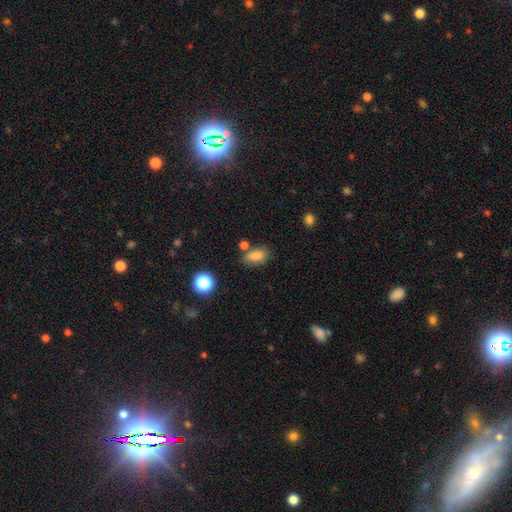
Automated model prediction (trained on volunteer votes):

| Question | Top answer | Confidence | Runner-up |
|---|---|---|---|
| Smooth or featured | smooth | 82% | star or artifact (11%) |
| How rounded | in between | 84% | round (10%) |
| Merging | none | 65% | minor disturbance (16%) |